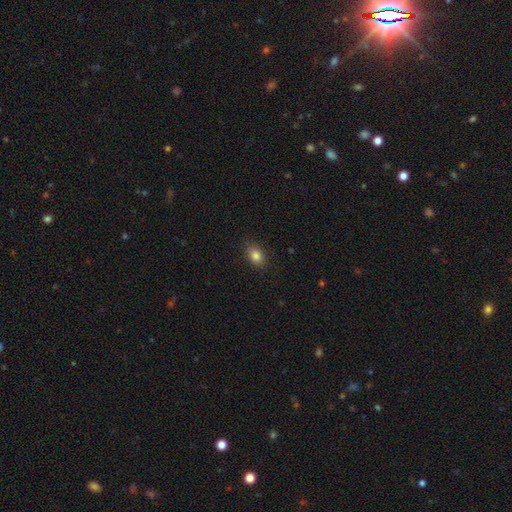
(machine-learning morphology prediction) Overall: smooth (84%). How rounded: in between (78%). Merging: none (86%).